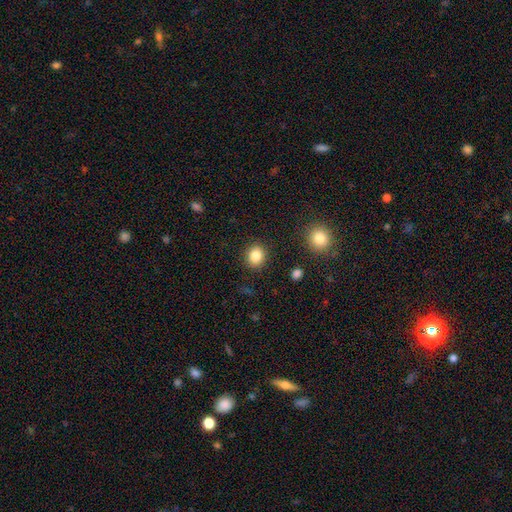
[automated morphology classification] type=smooth (84%); roundness=round (73%); merging=none (89%).